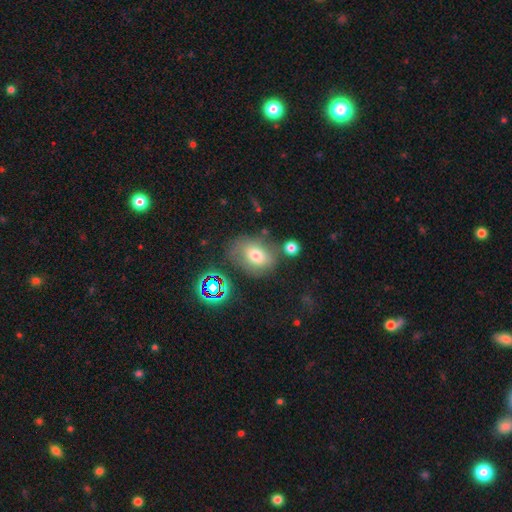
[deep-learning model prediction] smooth 67%, featured or disk 17%, star or artifact 16%. Down the decision tree: how rounded — in between (65%); merging — none (60%).